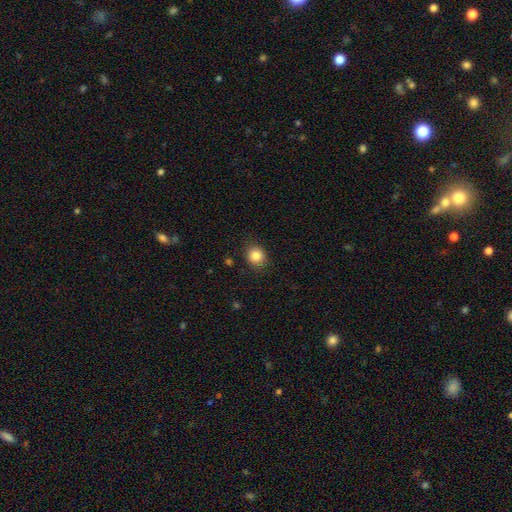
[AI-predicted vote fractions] Smooth or featured? smooth (85%)
How rounded? round (81%)
Merging? none (87%)